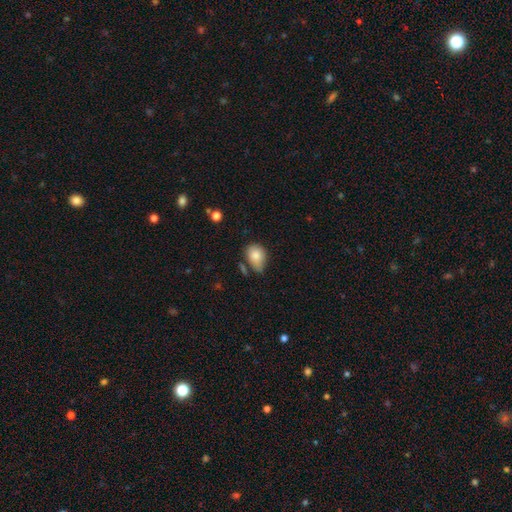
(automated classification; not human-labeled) Smooth or featured? Predicted: smooth (p=0.82). How rounded? Predicted: in between (p=0.67). Merging? Predicted: none (p=0.45).